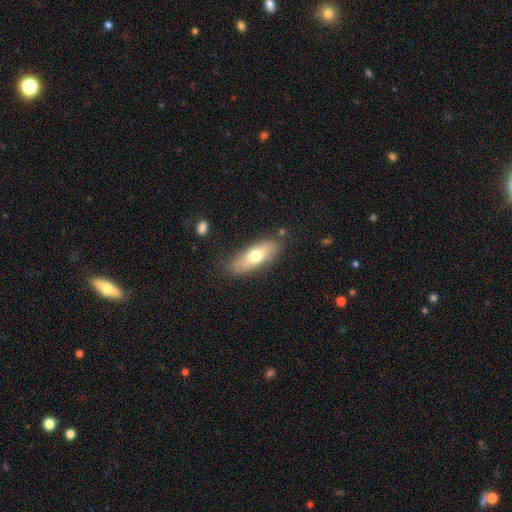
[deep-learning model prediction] smooth 66%, featured or disk 28%, star or artifact 6%. Down the decision tree: how rounded — in between (59%); merging — none (81%).